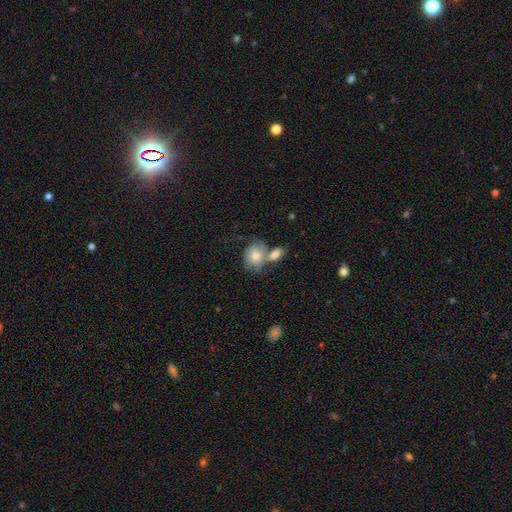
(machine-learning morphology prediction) A smooth galaxy with no disk features (56%) that is in between round and cigar-shaped (57%).

Vote fractions:
- Smooth or featured? smooth: 56% / featured or disk: 36% / star or artifact: 8%
- How rounded? in between: 57% / round: 42% / cigar-shaped: 1%
- Merging? merger: 45% / none: 29% / minor disturbance: 15% / major disturbance: 11%